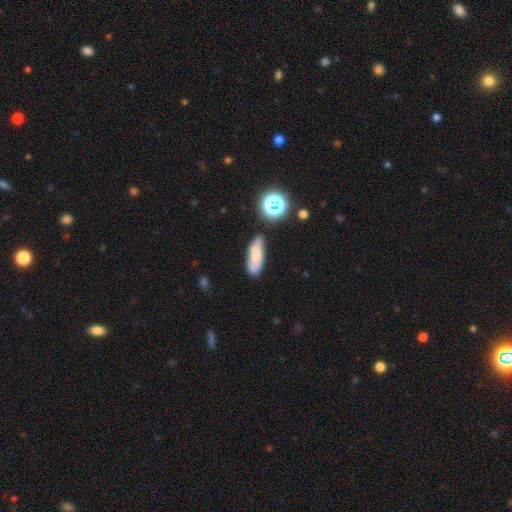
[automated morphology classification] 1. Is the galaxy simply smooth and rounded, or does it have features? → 68% smooth, 21% featured or disk, 11% star or artifact.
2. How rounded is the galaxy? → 59% in between, 38% cigar-shaped, 4% round.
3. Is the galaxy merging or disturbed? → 70% none, 19% minor disturbance, 6% merger, 5% major disturbance.